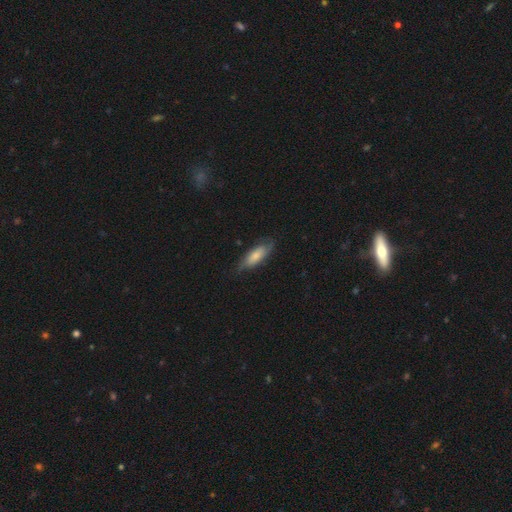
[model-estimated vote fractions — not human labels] This appears to be a smooth galaxy with no disk features (61%) that is in between round and cigar-shaped (63%). Merging: none (70%).